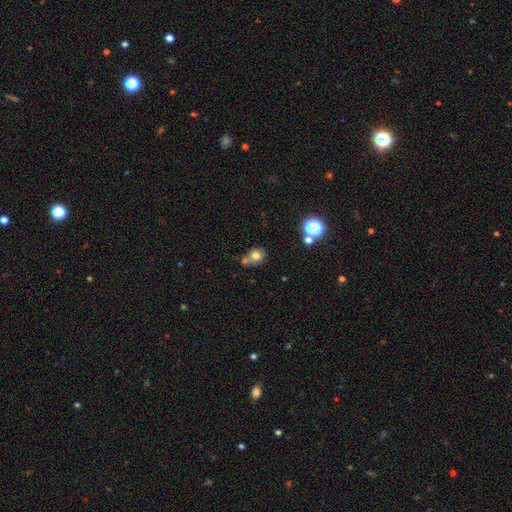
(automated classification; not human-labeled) Q: Smooth or featured?
A: smooth (72%); runner-up: star or artifact (14%)
Q: How rounded?
A: round (67%); runner-up: in between (32%)
Q: Merging?
A: none (51%); runner-up: merger (27%)